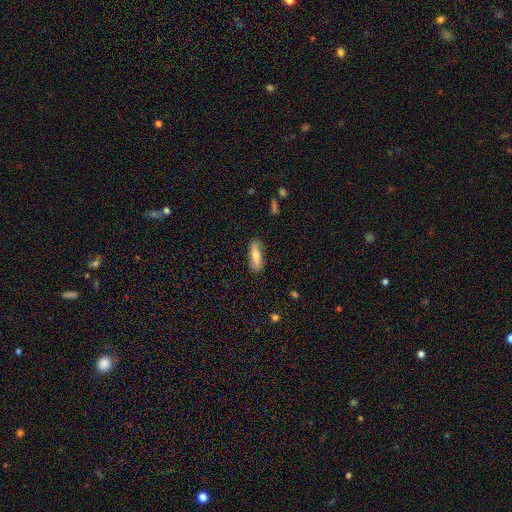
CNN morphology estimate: smooth 59%, featured or disk 35%, star or artifact 6%. Down the decision tree: how rounded — in between (54%); merging — none (83%).